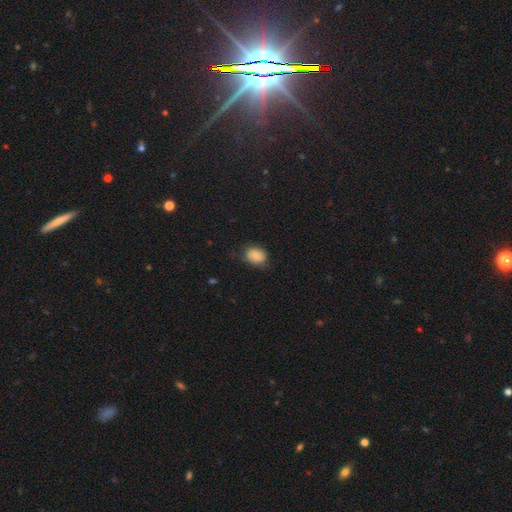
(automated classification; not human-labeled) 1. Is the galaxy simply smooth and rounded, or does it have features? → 79% smooth, 13% featured or disk, 8% star or artifact.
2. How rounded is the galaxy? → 65% in between, 33% round, 1% cigar-shaped.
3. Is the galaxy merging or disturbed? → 67% none, 25% minor disturbance, 6% major disturbance, 1% merger.